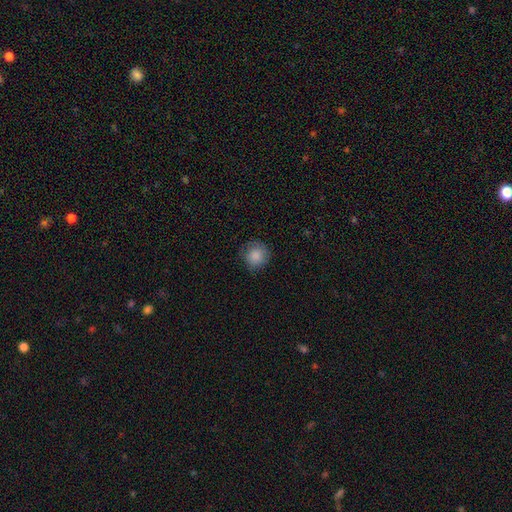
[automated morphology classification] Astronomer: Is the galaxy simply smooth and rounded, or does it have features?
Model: smooth — 85%.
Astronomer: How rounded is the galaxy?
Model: round — 92%.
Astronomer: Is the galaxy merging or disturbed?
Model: none — 77%.